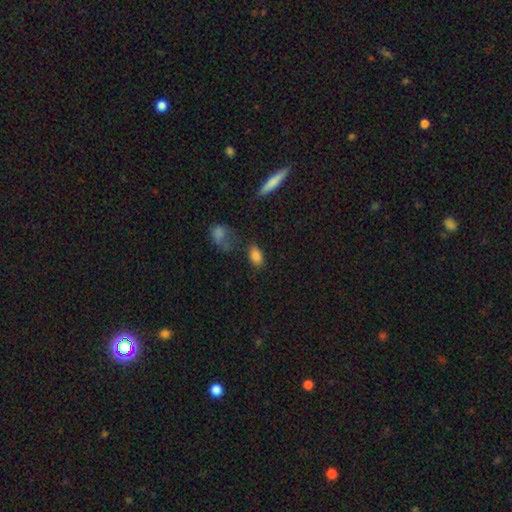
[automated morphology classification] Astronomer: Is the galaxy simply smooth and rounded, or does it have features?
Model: smooth — 84%.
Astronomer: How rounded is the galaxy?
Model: in between — 89%.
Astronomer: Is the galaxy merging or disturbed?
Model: none — 66%.